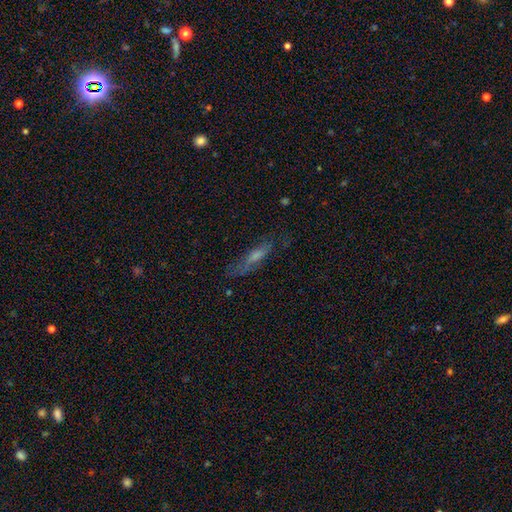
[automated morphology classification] type=featured or disk (48%); merging=none (67%).